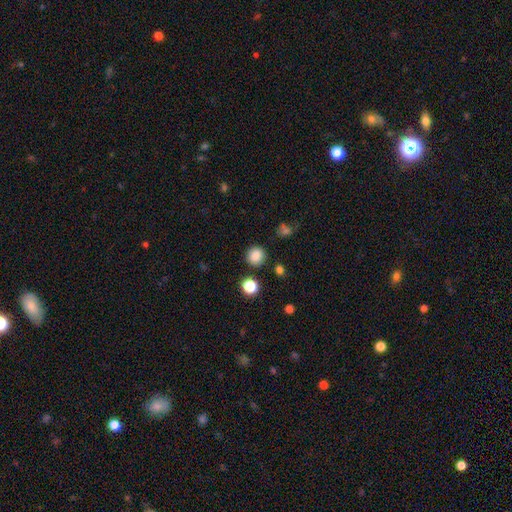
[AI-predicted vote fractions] smooth 85%, star or artifact 12%, featured or disk 4%. Down the decision tree: how rounded — round (92%); merging — none (88%).